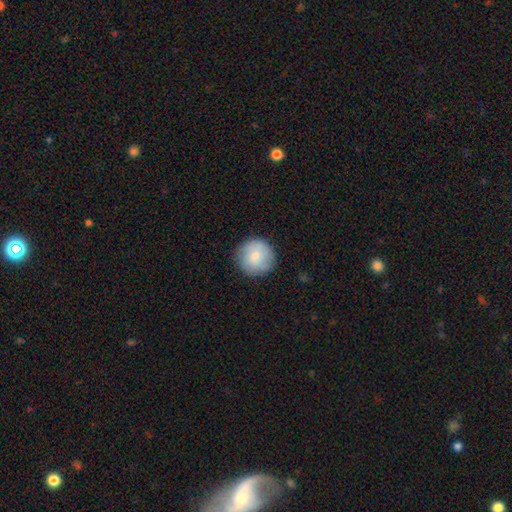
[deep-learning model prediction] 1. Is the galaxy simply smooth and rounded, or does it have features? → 80% smooth, 13% featured or disk, 7% star or artifact.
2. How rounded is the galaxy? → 95% round, 4% in between, 1% cigar-shaped.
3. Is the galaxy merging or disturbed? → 87% none, 10% minor disturbance, 2% major disturbance, 1% merger.